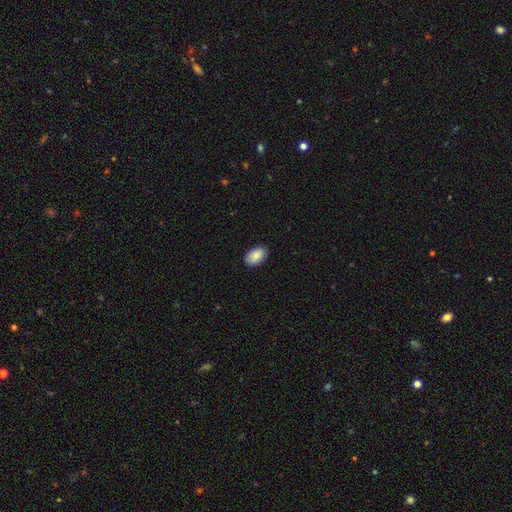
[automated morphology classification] This is clearly a smooth galaxy (87%). How rounded: clearly in between (92%). Merging: clearly none (88%).